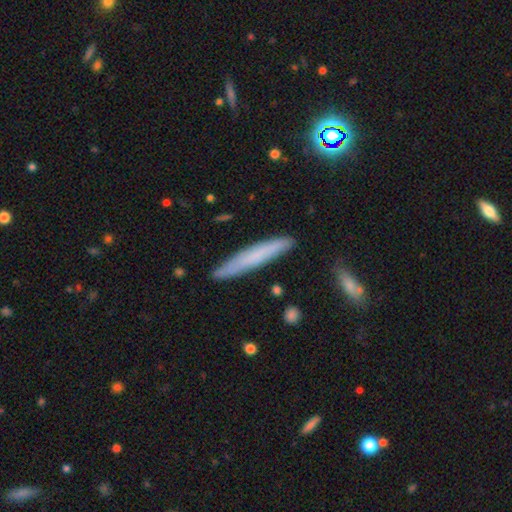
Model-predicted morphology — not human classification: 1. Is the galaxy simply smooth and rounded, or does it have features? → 64% smooth, 28% featured or disk, 8% star or artifact.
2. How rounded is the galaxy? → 94% cigar-shaped, 4% in between, 1% round.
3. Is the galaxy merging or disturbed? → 86% none, 10% minor disturbance, 2% major disturbance, 2% merger.